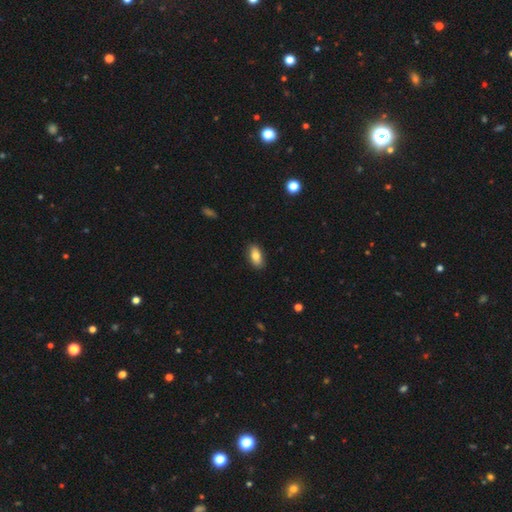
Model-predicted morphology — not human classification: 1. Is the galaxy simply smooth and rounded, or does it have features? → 79% smooth, 14% featured or disk, 7% star or artifact.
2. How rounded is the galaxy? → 88% in between, 8% cigar-shaped, 4% round.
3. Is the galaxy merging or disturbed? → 87% none, 10% minor disturbance, 2% major disturbance, 1% merger.